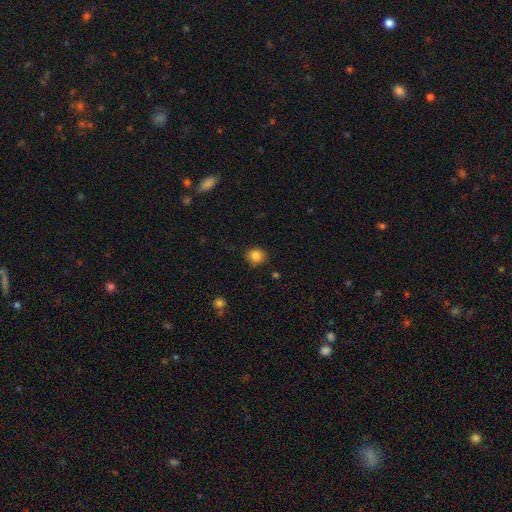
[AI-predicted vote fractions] This is clearly a smooth galaxy (84%). How rounded: clearly round (82%). Merging: clearly none (85%).